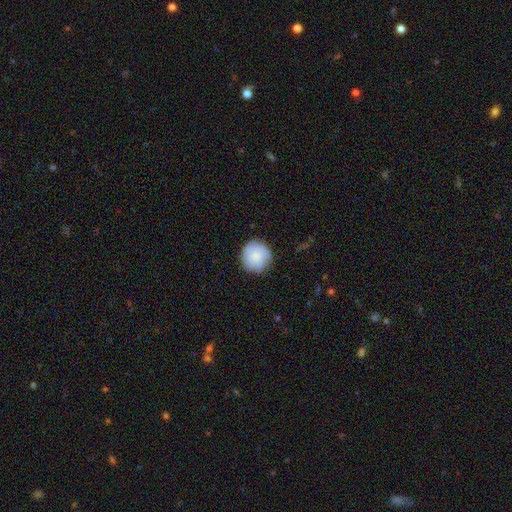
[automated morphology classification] smooth_or_featured: smooth (p=0.56) [alt: featured or disk p=0.36]
how_rounded: round (p=0.89) [alt: in between p=0.10]
merging: none (p=0.81) [alt: minor disturbance p=0.14]